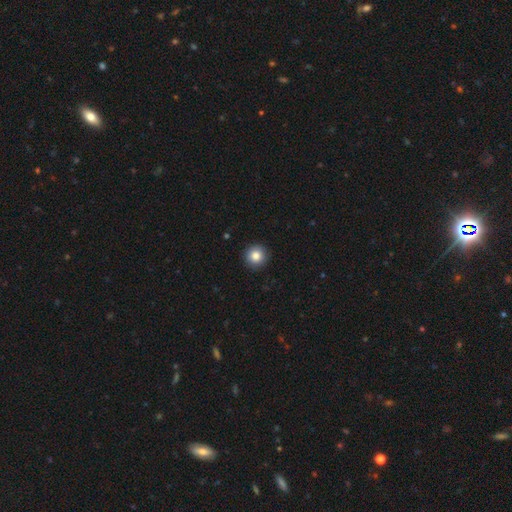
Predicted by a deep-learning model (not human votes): smooth_or_featured: smooth (p=0.84) [alt: star or artifact p=0.10]
how_rounded: round (p=0.95) [alt: in between p=0.04]
merging: none (p=0.93) [alt: minor disturbance p=0.05]